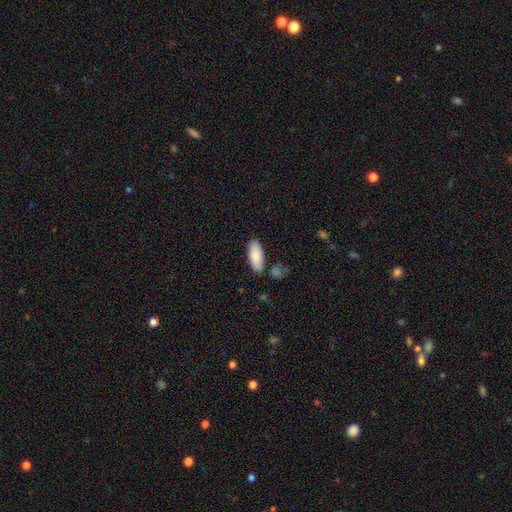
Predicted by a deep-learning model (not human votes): Overall: smooth (86%). How rounded: in between (84%). Merging: none (80%).